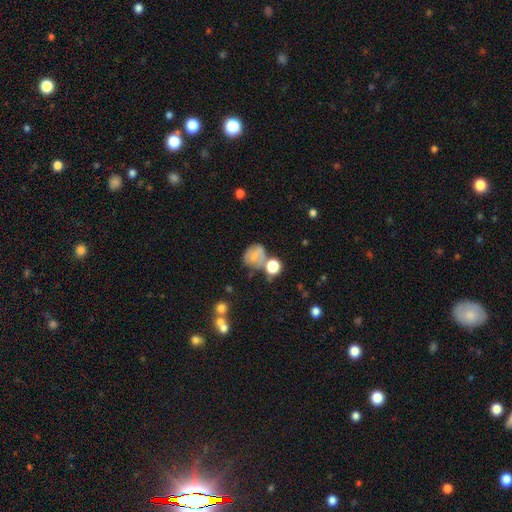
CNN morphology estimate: Smooth or featured? smooth (58%)
How rounded? round (67%)
Merging? none (38%)